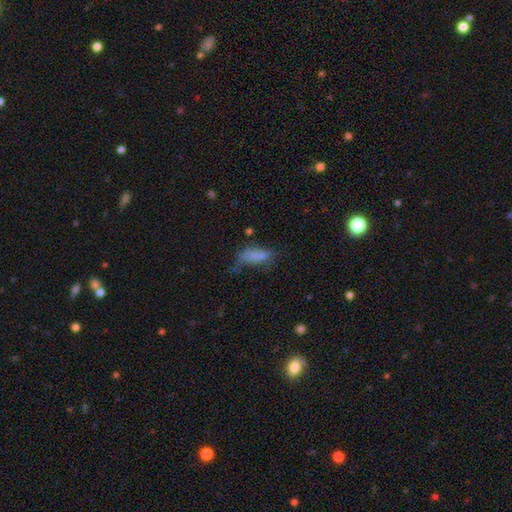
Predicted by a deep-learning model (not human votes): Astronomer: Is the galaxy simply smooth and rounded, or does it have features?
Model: smooth — 73%.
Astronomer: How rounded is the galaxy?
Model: in between — 64%.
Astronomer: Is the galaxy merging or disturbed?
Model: none — 36% (runner-up: minor disturbance, 31%).